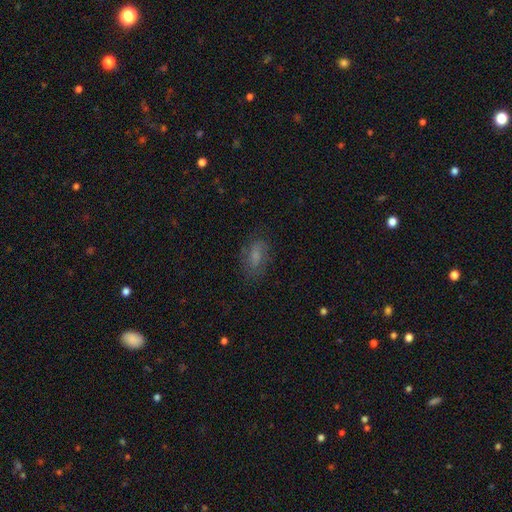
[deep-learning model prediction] This is likely a smooth galaxy (61%). How rounded: clearly in between (84%). Merging: likely none (72%).